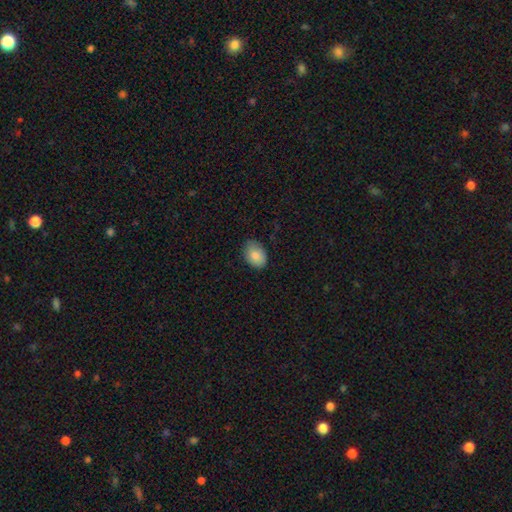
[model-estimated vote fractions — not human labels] Smooth or featured? Predicted: smooth (p=0.86). How rounded? Predicted: in between (p=0.80). Merging? Predicted: none (p=0.80).